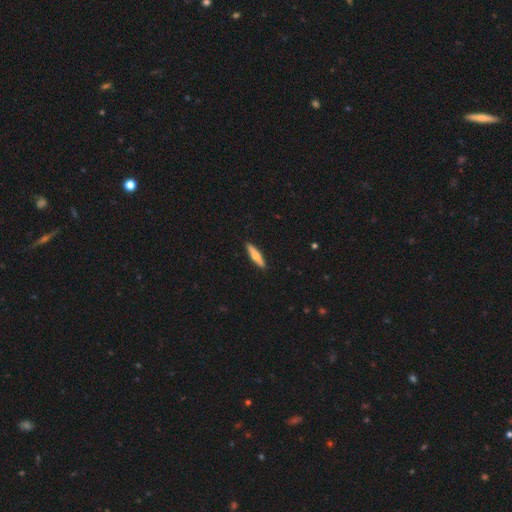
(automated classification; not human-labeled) A smooth galaxy with no disk features (53%) that is cigar-shaped (82%). Merging: none (91%).